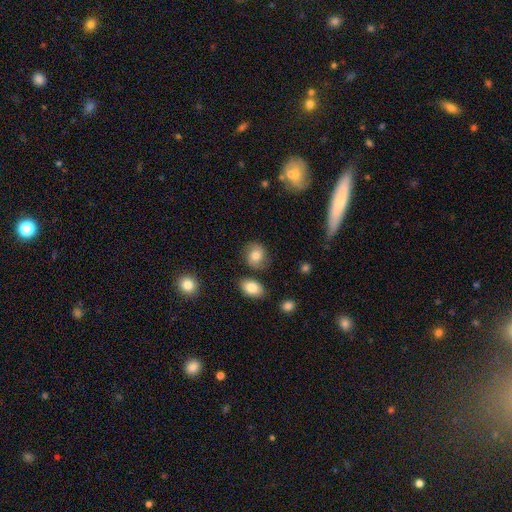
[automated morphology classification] smooth_or_featured: smooth (p=0.70) [alt: featured or disk p=0.21]
how_rounded: round (p=0.66) [alt: in between p=0.33]
merging: none (p=0.74) [alt: minor disturbance p=0.15]